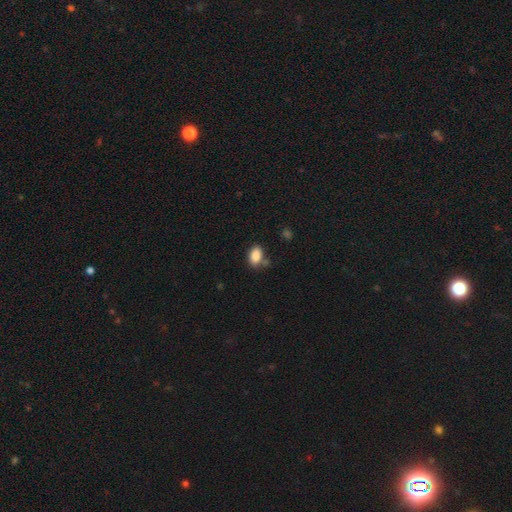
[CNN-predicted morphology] Overall: smooth (87%). How rounded: in between (88%). Merging: none (70%).